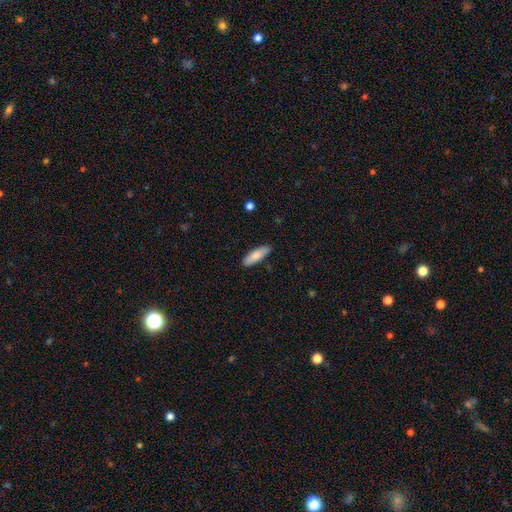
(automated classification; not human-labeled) Smooth or featured? Predicted: smooth (p=0.82). How rounded? Predicted: in between (p=0.52). Merging? Predicted: none (p=0.86).